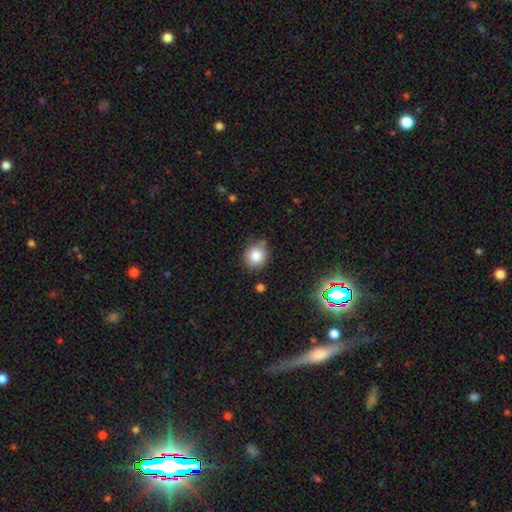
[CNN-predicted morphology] The model was most divided on "merging": none: 73%, minor disturbance: 19%, major disturbance: 4%, merger: 3%. More confident: smooth or featured — smooth (82%); how rounded — round (80%).